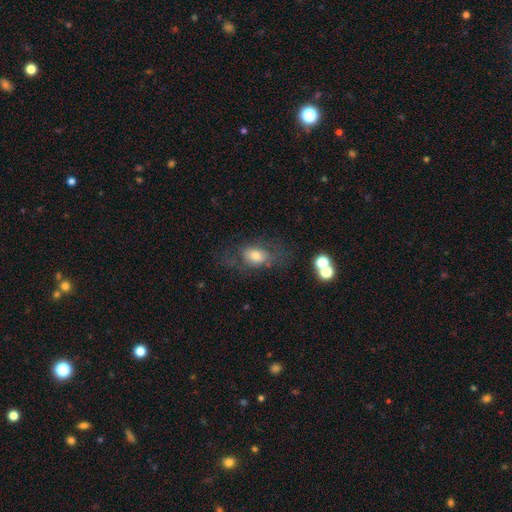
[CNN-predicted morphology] This is likely a smooth galaxy (65%). How rounded: likely in between (75%). Merging: possibly none (52%).